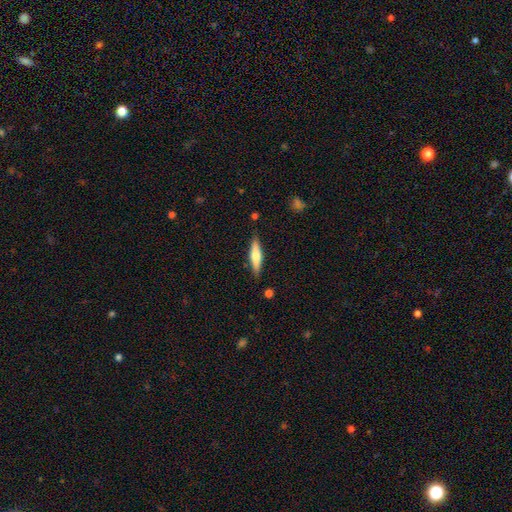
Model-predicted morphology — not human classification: Q: Smooth or featured?
A: smooth (55%); runner-up: featured or disk (39%)
Q: How rounded?
A: cigar-shaped (73%); runner-up: in between (25%)
Q: Merging?
A: none (86%); runner-up: minor disturbance (10%)